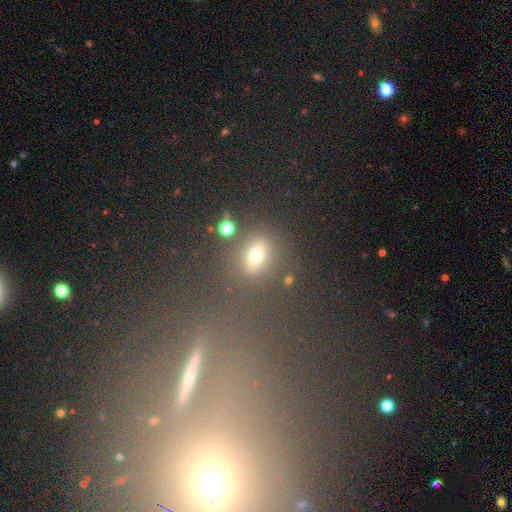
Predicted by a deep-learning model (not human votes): smooth-or-featured: smooth: 55% | star or artifact: 28% | featured or disk: 18%
  how-rounded: in between: 61% | round: 26% | cigar-shaped: 13%
  merging: none: 79% | minor disturbance: 10% | merger: 6% | major disturbance: 5%